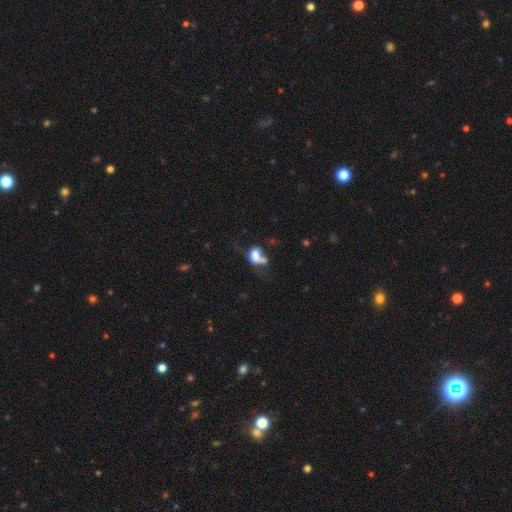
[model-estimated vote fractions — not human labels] A smooth galaxy with no disk features (66%) that is in between round and cigar-shaped (67%).

Vote fractions:
- Smooth or featured? smooth: 66% / featured or disk: 22% / star or artifact: 12%
- How rounded? in between: 67% / round: 31% / cigar-shaped: 2%
- Merging? merger: 36% / major disturbance: 26% / none: 21% / minor disturbance: 17%